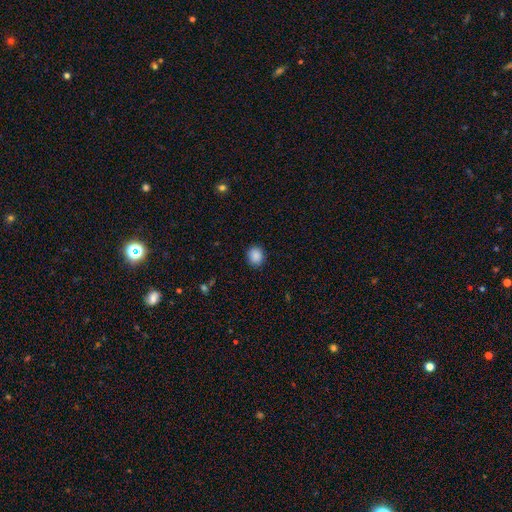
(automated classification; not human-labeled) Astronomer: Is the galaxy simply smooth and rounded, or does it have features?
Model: smooth — 88%.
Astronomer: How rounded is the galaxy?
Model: round — 76%.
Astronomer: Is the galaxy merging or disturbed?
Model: none — 89%.